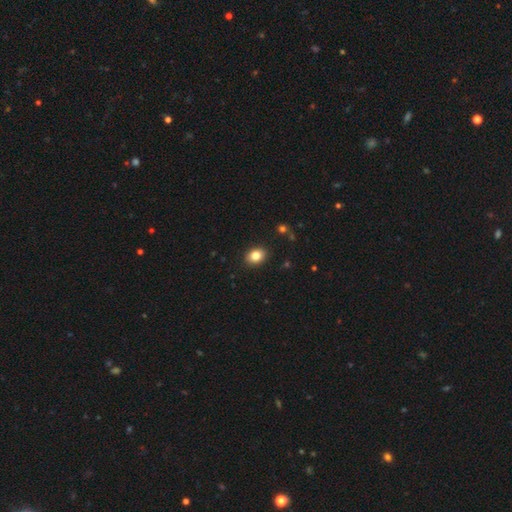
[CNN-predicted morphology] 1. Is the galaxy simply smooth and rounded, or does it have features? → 84% smooth, 9% star or artifact, 6% featured or disk.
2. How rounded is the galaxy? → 61% in between, 39% round, 1% cigar-shaped.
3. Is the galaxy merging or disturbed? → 90% none, 7% minor disturbance, 2% major disturbance, 1% merger.